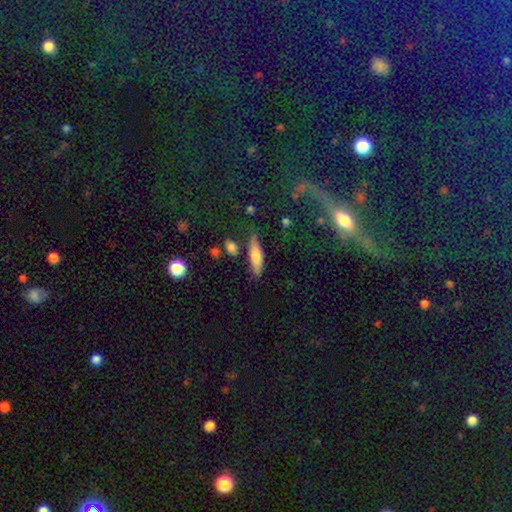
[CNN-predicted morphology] The model was most divided on "how rounded": cigar-shaped: 62%, in between: 35%, round: 2%. More confident: merging — none (75%); smooth or featured — smooth (70%).